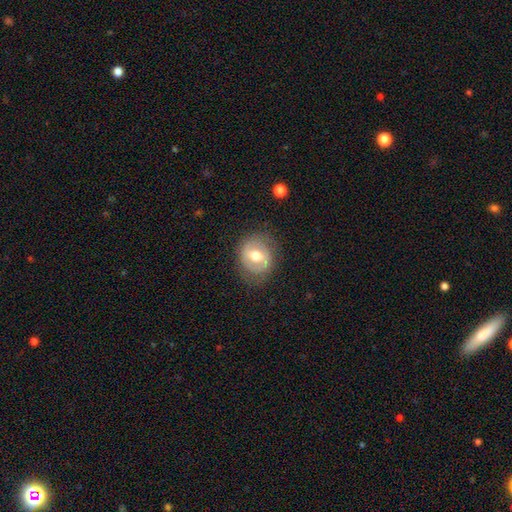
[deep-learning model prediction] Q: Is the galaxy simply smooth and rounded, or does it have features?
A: featured or disk — 57%.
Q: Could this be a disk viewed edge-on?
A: no — 96%.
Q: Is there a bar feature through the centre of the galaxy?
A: weak — 45%.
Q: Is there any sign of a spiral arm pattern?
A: yes — 54%.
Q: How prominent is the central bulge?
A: moderate — 73%.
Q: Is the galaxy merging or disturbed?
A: none — 75%.